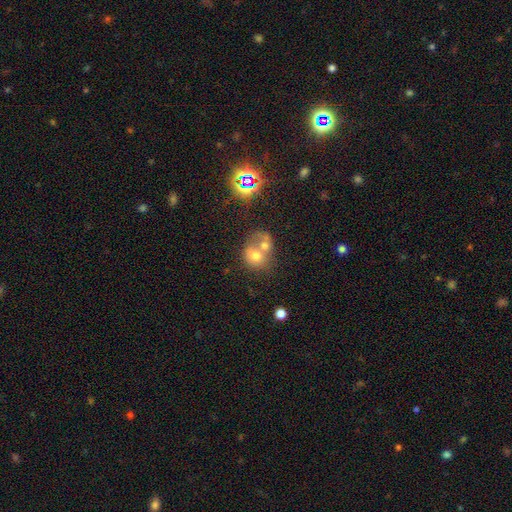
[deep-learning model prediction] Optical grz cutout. It shows a smooth galaxy with no disk features (61%) that is round (66%). Merging: merger (69%).